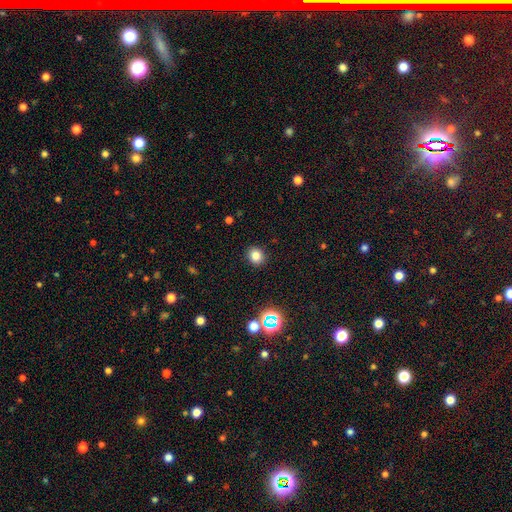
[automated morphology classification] This is likely a smooth galaxy (80%). How rounded: clearly round (82%). Merging: clearly none (91%).